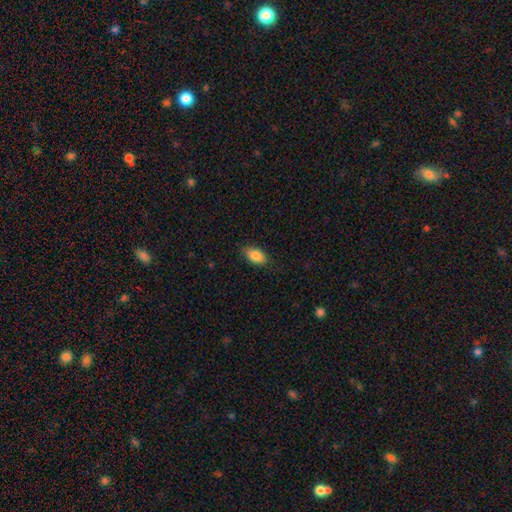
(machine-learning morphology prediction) A smooth galaxy with no disk features (86%) that is in between round and cigar-shaped (91%).

Vote fractions:
- Smooth or featured? smooth: 86% / star or artifact: 7% / featured or disk: 6%
- How rounded? in between: 91% / round: 5% / cigar-shaped: 4%
- Merging? none: 82% / minor disturbance: 14% / major disturbance: 3% / merger: 1%